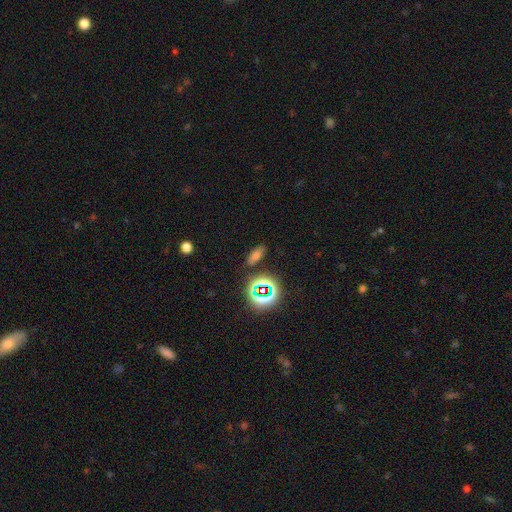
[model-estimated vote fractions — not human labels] This appears to be a smooth galaxy with no disk features (58%) that is in between round and cigar-shaped (68%). Merging: none (84%).